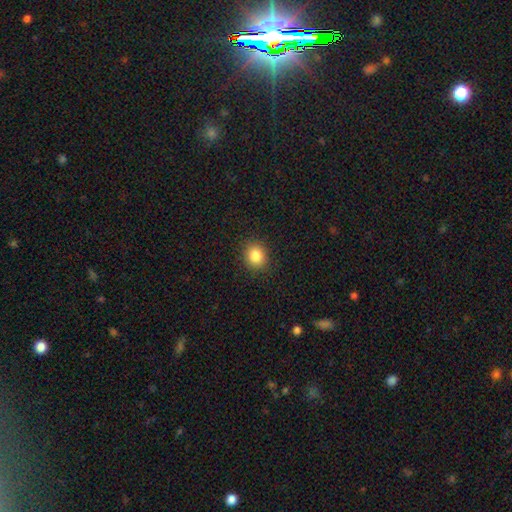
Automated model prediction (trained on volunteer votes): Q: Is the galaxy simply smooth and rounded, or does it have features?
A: smooth — 85%.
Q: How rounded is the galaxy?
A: round — 74%.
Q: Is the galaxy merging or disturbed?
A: none — 90%.